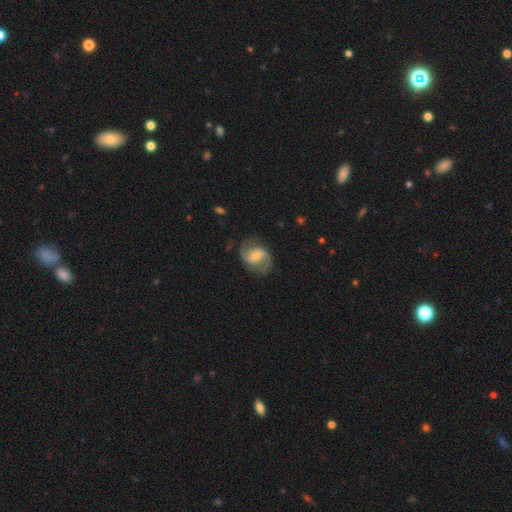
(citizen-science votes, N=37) smooth_or_featured: featured or disk (p=0.65) [alt: smooth p=0.35]
disk_edge_on: no (p=1.00)
bar: no (p=0.46) [alt: weak p=0.38]
has_spiral_arms: yes (p=0.92) [alt: no p=0.08]
spiral_winding: loose (p=0.59) [alt: medium p=0.36]
spiral_arm_count: 2 (p=0.86) [alt: can't tell p=0.09]
bulge_size: small (p=0.58) [alt: moderate p=0.33]
merging: none (p=0.76) [alt: minor disturbance p=0.19]